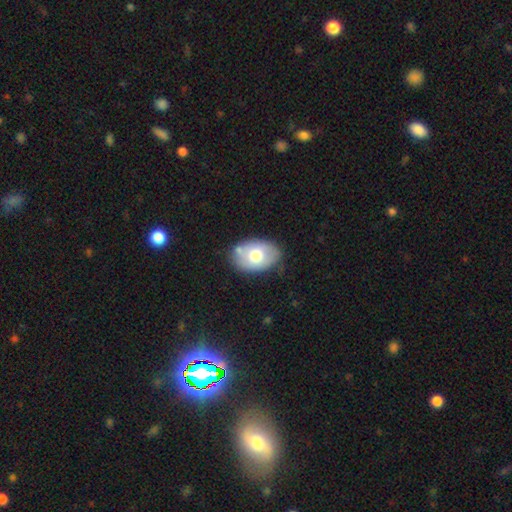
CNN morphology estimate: smooth 69%, featured or disk 25%, star or artifact 7%. Down the decision tree: how rounded — in between (85%); merging — none (73%).